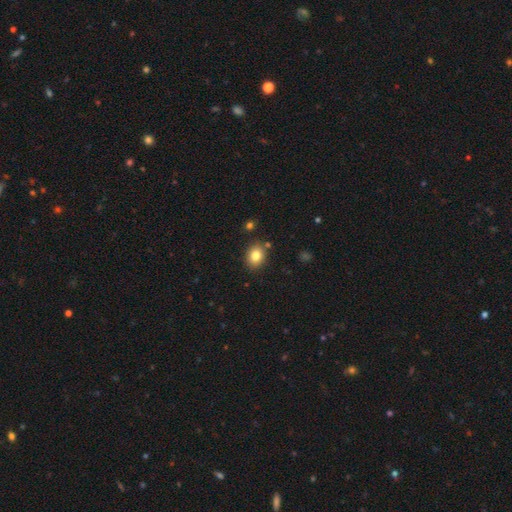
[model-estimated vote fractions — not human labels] Q: Smooth or featured?
A: smooth (82%); runner-up: star or artifact (10%)
Q: How rounded?
A: round (50%); runner-up: in between (49%)
Q: Merging?
A: none (85%); runner-up: minor disturbance (9%)